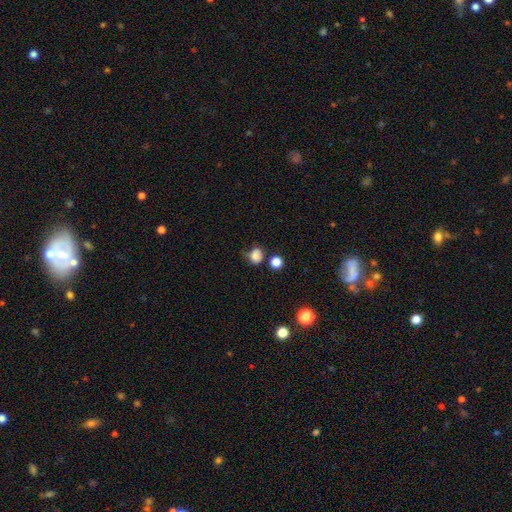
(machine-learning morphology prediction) Smooth or featured?
  - smooth: 78% *
  - star or artifact: 13%
  - featured or disk: 9%
How rounded?
  - round: 69% *
  - in between: 30%
  - cigar-shaped: 1%
Merging?
  - none: 48% *
  - minor disturbance: 30%
  - major disturbance: 12%
  - merger: 9%